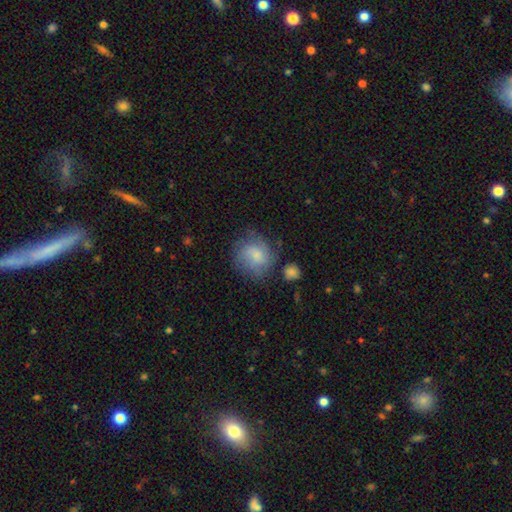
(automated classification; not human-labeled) Smooth or featured: smooth — 62% (featured or disk — 29%)
How rounded: round — 79% (in between — 20%)
Merging: none — 58% (minor disturbance — 24%)